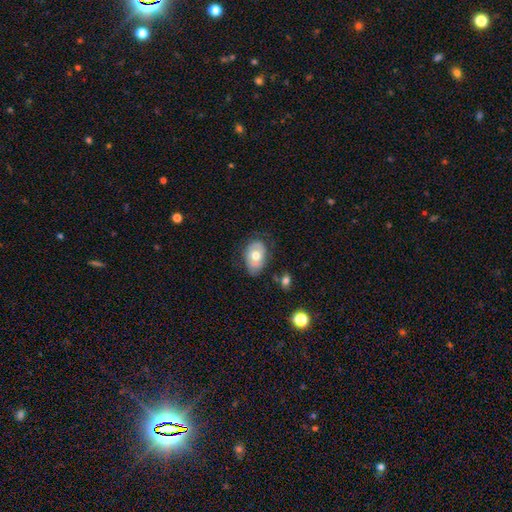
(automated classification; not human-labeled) This is possibly a smooth galaxy (59%). How rounded: clearly in between (82%). Merging: likely none (64%).